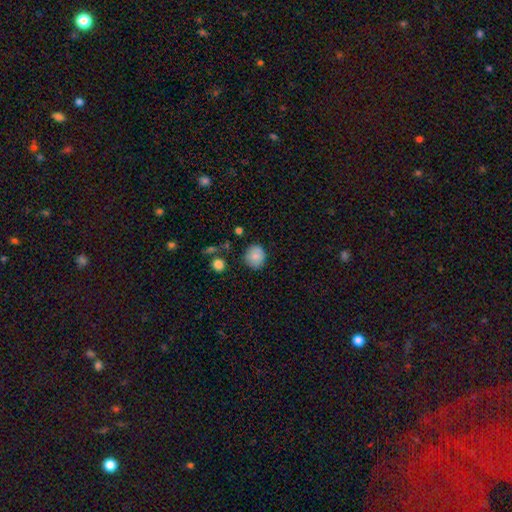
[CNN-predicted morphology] smooth 84%, star or artifact 9%, featured or disk 8%. Down the decision tree: how rounded — round (86%); merging — none (81%).